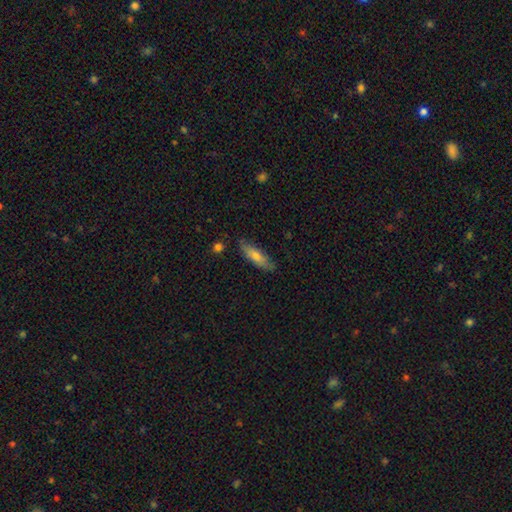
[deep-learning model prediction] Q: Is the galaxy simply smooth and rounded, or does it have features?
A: smooth — 61%.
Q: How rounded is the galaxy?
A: cigar-shaped — 63%.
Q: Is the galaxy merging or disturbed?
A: none — 81%.